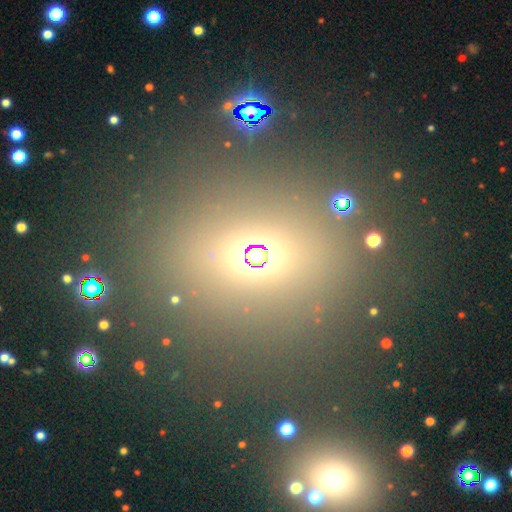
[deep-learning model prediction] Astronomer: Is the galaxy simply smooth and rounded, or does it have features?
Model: smooth — 51% (runner-up: star or artifact, 39%).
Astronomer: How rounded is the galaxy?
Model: round — 57% (runner-up: in between, 40%).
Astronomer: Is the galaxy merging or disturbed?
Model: none — 82%.